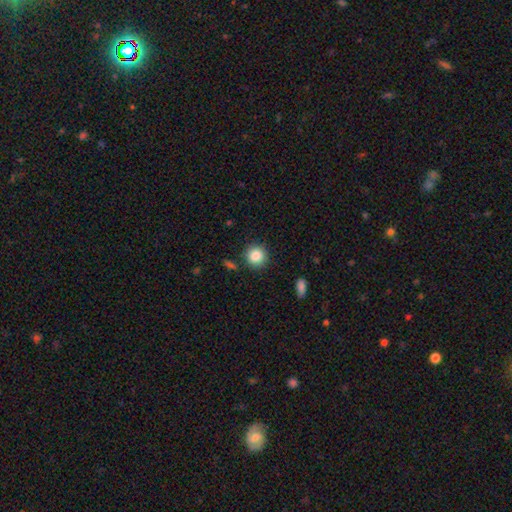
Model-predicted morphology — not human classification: smooth_or_featured: smooth (p=0.86) [alt: star or artifact p=0.09]
how_rounded: round (p=0.91) [alt: in between p=0.08]
merging: none (p=0.87) [alt: minor disturbance p=0.08]